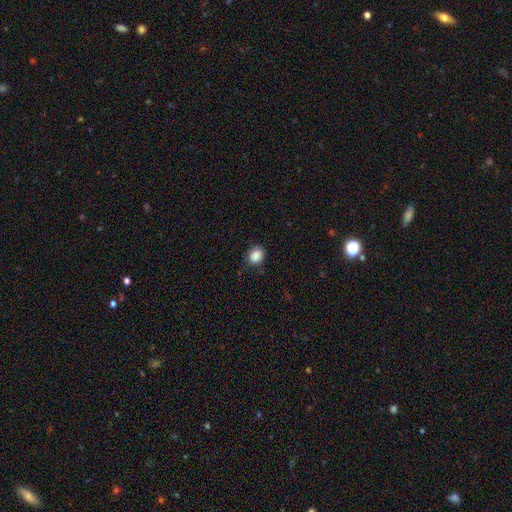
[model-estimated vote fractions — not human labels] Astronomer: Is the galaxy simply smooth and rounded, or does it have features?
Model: smooth — 88%.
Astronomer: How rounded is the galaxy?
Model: round — 65%.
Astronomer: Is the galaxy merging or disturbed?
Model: none — 79%.